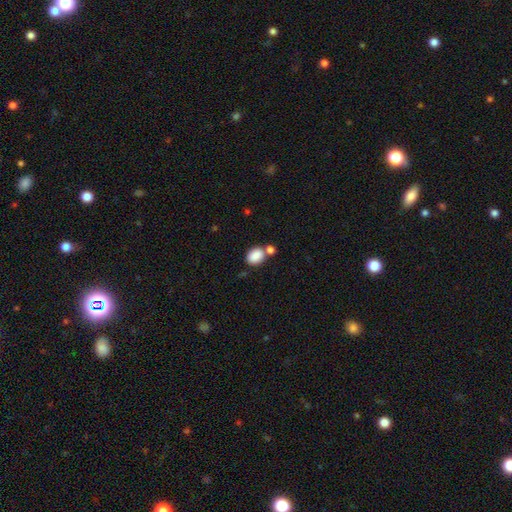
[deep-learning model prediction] Morphology: type=smooth (87%); roundness=in between (72%); merging=none (58%).